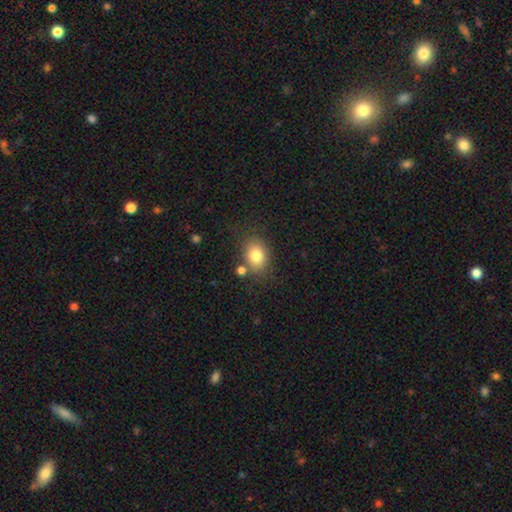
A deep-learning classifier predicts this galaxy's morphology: smooth-or-featured: smooth: 80% | featured or disk: 10% | star or artifact: 10%
  how-rounded: in between: 63% | round: 36% | cigar-shaped: 1%
  merging: none: 72% | minor disturbance: 14% | merger: 10% | major disturbance: 5%